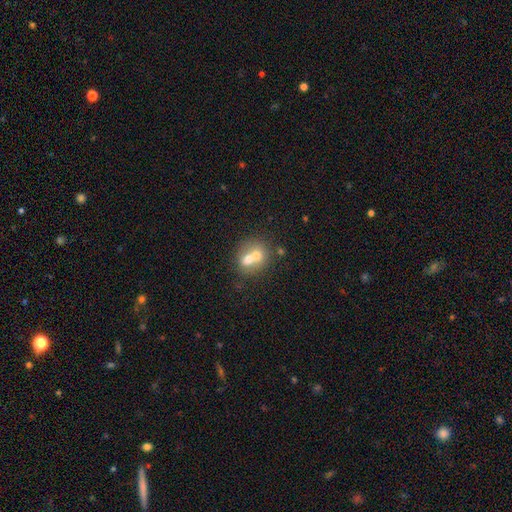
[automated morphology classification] smooth 62%, featured or disk 28%, star or artifact 10%. Down the decision tree: how rounded — round (65%); merging — merger (66%).